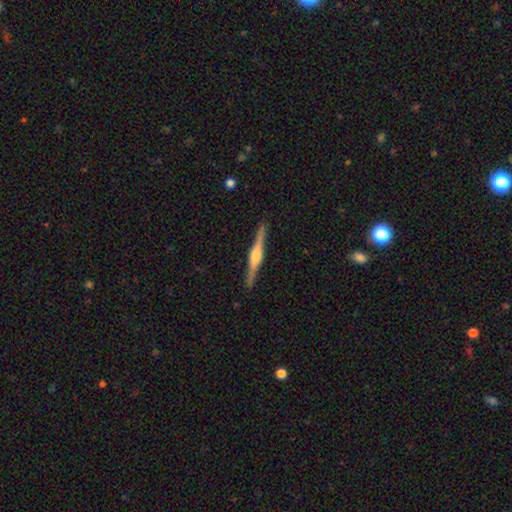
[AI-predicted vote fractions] This is clearly a featured or disk galaxy (82%). It is clearly viewed edge-on (98%). Edge-on bulge: likely rounded (78%). Merging: clearly none (91%).